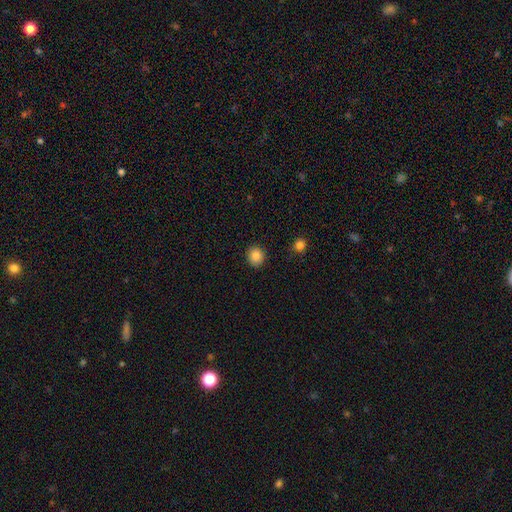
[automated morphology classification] Overall: smooth (86%). How rounded: round (85%). Merging: none (90%).